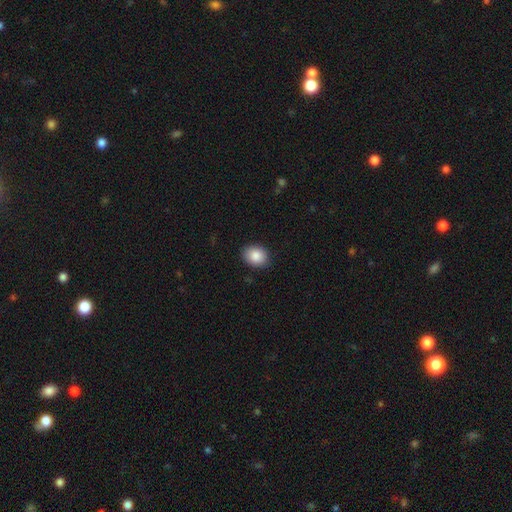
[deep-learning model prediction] Smooth or featured?
  - smooth: 88% *
  - star or artifact: 7%
  - featured or disk: 5%
How rounded?
  - in between: 55% *
  - round: 44%
  - cigar-shaped: 1%
Merging?
  - none: 87% *
  - minor disturbance: 10%
  - major disturbance: 2%
  - merger: 1%